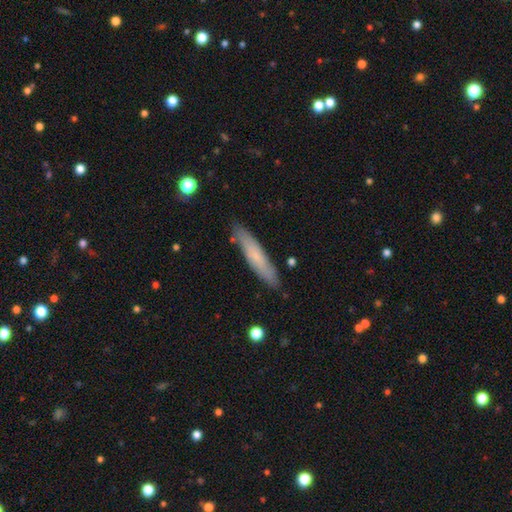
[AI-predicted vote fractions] smooth-or-featured: smooth: 65% | featured or disk: 28% | star or artifact: 6%
  how-rounded: cigar-shaped: 87% | in between: 12% | round: 1%
  merging: none: 85% | minor disturbance: 11% | major disturbance: 2% | merger: 2%